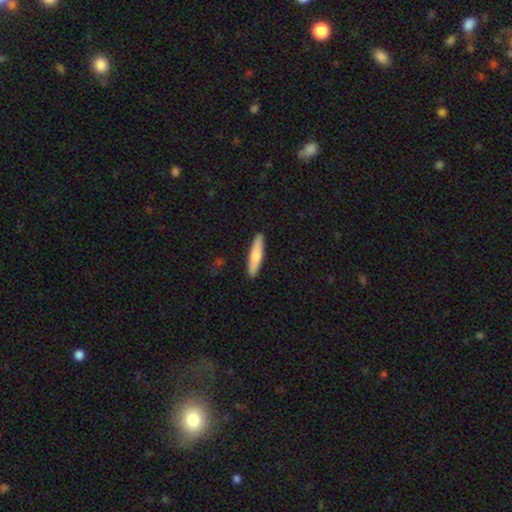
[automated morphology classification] smooth 70%, featured or disk 25%, star or artifact 5%. Down the decision tree: how rounded — cigar-shaped (84%); merging — none (91%).